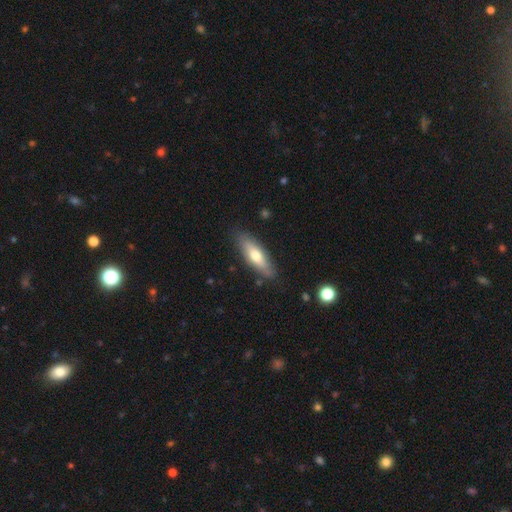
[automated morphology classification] Smooth or featured?
  - smooth: 63% *
  - featured or disk: 31%
  - star or artifact: 6%
How rounded?
  - in between: 52% *
  - cigar-shaped: 45%
  - round: 2%
Merging?
  - none: 82% *
  - minor disturbance: 13%
  - major disturbance: 3%
  - merger: 2%